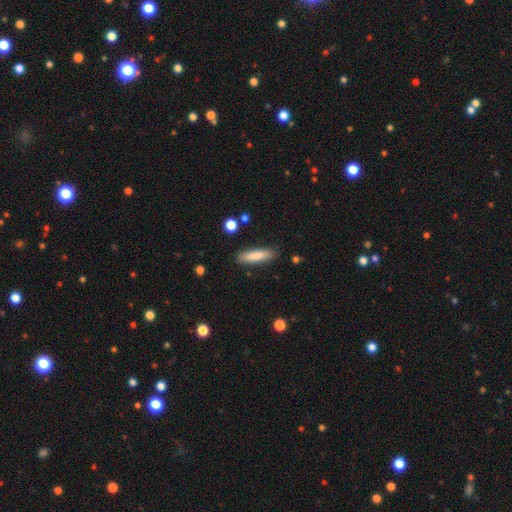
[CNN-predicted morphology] Smooth or featured: smooth — 83% (featured or disk — 11%)
How rounded: cigar-shaped — 74% (in between — 24%)
Merging: none — 87% (minor disturbance — 9%)